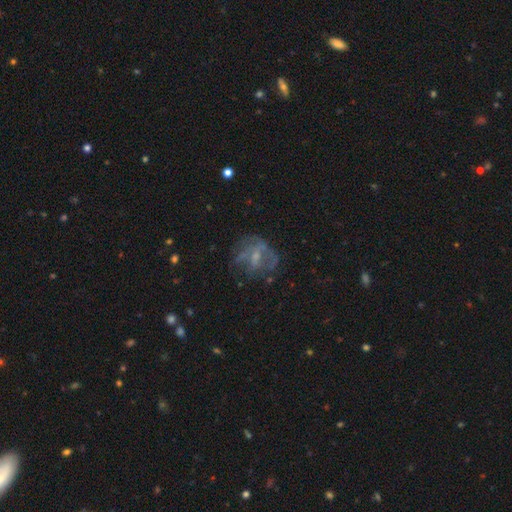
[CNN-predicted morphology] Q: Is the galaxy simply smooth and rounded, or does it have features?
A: featured or disk — 58%.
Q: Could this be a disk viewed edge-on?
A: no — 96%.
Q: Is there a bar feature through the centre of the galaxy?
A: no — 54%.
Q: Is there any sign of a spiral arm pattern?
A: no — 61%.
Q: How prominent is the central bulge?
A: small — 49%.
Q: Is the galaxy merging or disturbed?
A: none — 47%.